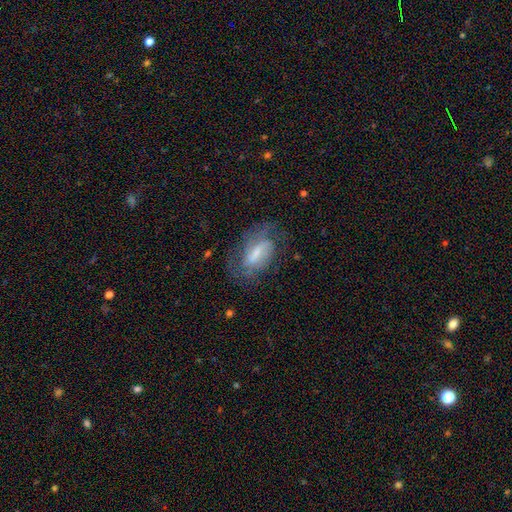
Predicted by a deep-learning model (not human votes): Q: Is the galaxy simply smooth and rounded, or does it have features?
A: featured or disk — 59%.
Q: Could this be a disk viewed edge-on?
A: no — 91%.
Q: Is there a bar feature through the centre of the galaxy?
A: weak — 47%.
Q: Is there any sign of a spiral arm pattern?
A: yes — 82%.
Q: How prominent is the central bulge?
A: small — 38%.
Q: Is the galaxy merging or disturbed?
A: none — 71%.